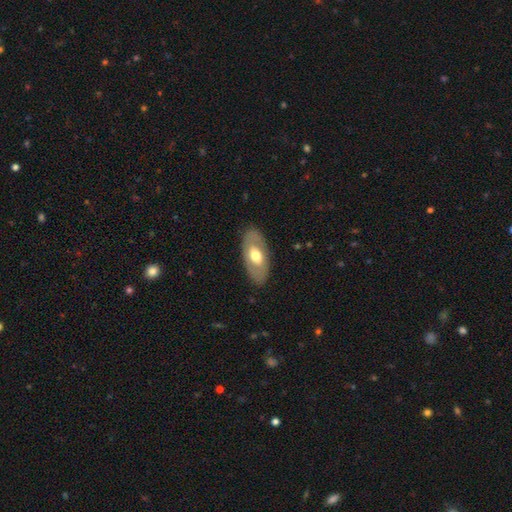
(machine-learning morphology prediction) smooth 49%, featured or disk 46%, star or artifact 5%. Down the decision tree: merging — none (83%).